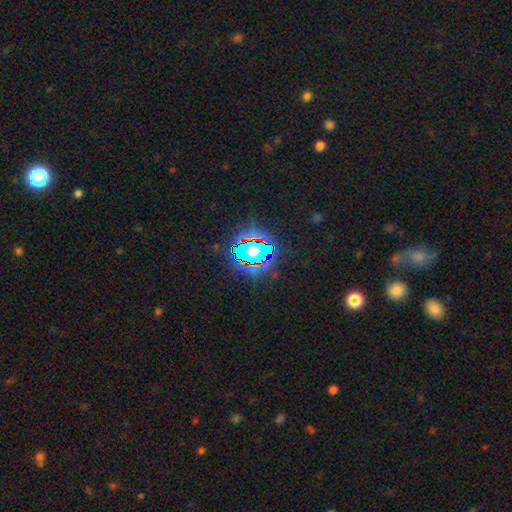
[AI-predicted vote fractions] Q: Smooth or featured?
A: star or artifact (61%); runner-up: smooth (24%)